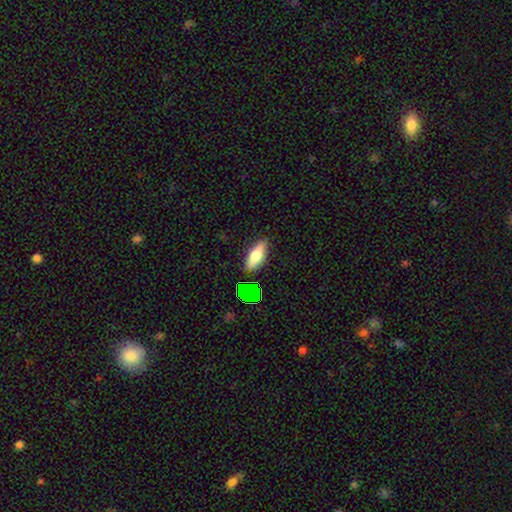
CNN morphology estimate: A smooth galaxy with no disk features (63%) that is in between round and cigar-shaped (62%).

Vote fractions:
- Smooth or featured? smooth: 63% / featured or disk: 26% / star or artifact: 11%
- How rounded? in between: 62% / cigar-shaped: 35% / round: 4%
- Merging? none: 82% / minor disturbance: 12% / major disturbance: 3% / merger: 3%